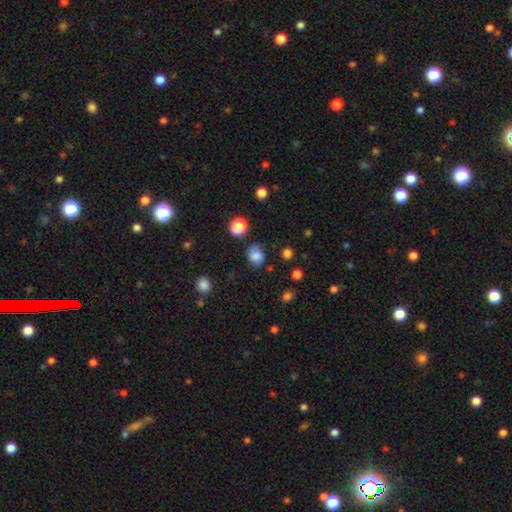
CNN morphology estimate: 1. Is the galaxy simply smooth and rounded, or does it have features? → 80% smooth, 12% star or artifact, 8% featured or disk.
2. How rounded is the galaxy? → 65% round, 34% in between, 1% cigar-shaped.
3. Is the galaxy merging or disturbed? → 66% none, 23% minor disturbance, 7% major disturbance, 3% merger.